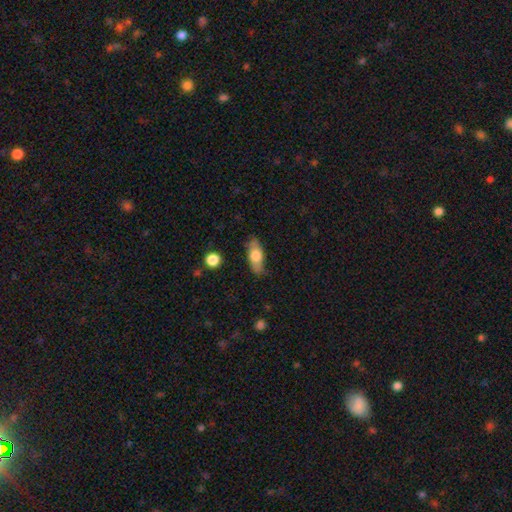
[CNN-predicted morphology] Smooth or featured?
  - smooth: 65% *
  - featured or disk: 29%
  - star or artifact: 6%
How rounded?
  - in between: 73% *
  - cigar-shaped: 22%
  - round: 4%
Merging?
  - none: 80% *
  - minor disturbance: 15%
  - major disturbance: 3%
  - merger: 2%